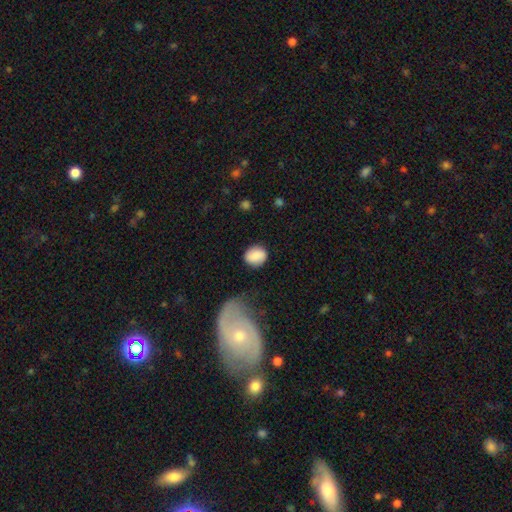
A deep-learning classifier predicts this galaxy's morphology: This is clearly a smooth galaxy (84%). How rounded: likely round (63%). Merging: likely none (77%).